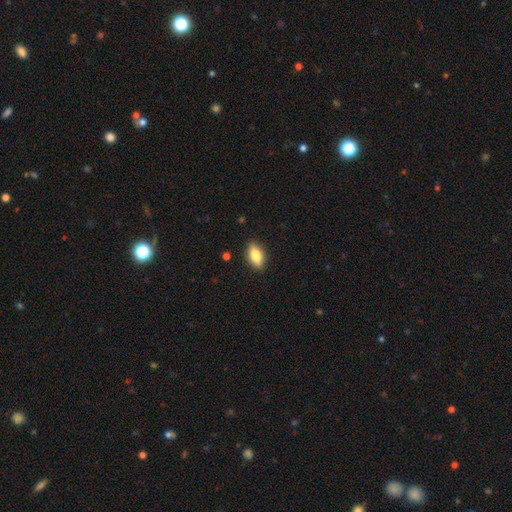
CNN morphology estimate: smooth_or_featured: smooth (p=0.78) [alt: featured or disk p=0.15]
how_rounded: in between (p=0.86) [alt: cigar-shaped p=0.10]
merging: none (p=0.87) [alt: minor disturbance p=0.10]